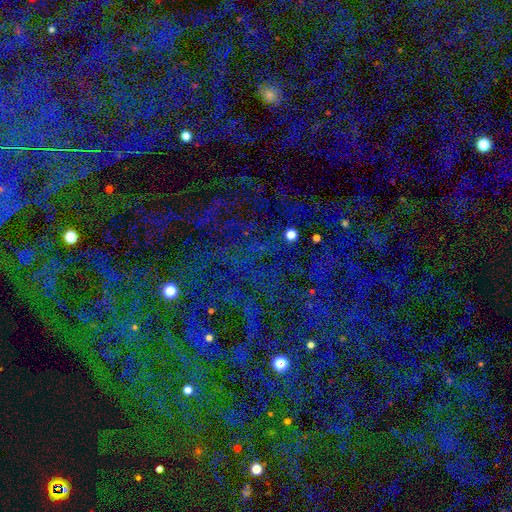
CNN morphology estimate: Q: Smooth or featured?
A: star or artifact (80%); runner-up: smooth (12%)